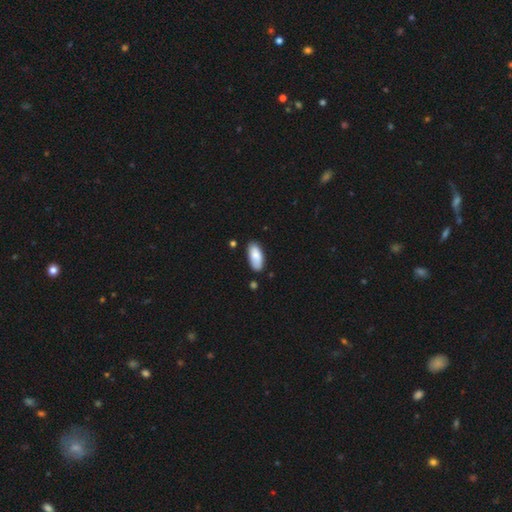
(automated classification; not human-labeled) smooth_or_featured: smooth (p=0.85) [alt: featured or disk p=0.09]
how_rounded: in between (p=0.88) [alt: cigar-shaped p=0.10]
merging: none (p=0.78) [alt: minor disturbance p=0.16]